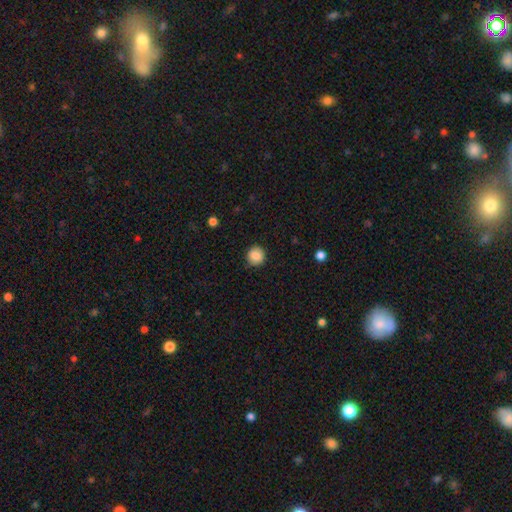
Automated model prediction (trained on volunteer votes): smooth_or_featured: smooth (p=0.87) [alt: star or artifact p=0.09]
how_rounded: round (p=0.90) [alt: in between p=0.09]
merging: none (p=0.87) [alt: minor disturbance p=0.10]